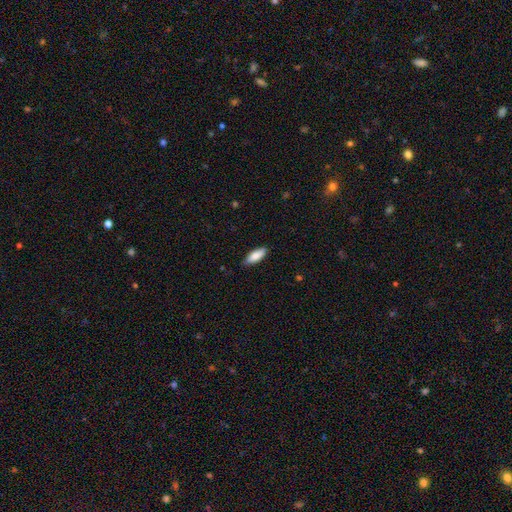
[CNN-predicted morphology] Q: Smooth or featured?
A: smooth (85%); runner-up: featured or disk (10%)
Q: How rounded?
A: in between (74%); runner-up: cigar-shaped (25%)
Q: Merging?
A: none (82%); runner-up: minor disturbance (14%)